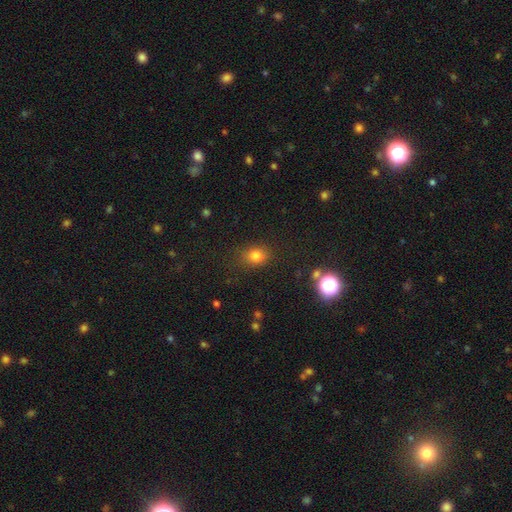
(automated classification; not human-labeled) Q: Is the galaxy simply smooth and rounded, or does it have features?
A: smooth — 78%.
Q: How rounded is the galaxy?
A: round — 57%.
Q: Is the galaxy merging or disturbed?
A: none — 81%.